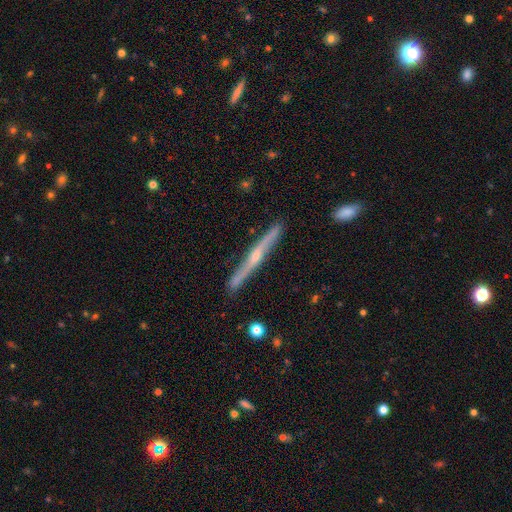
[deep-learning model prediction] featured or disk 77%, smooth 17%, star or artifact 6%. Down the decision tree: edge-on disk — yes (97%); edge-on bulge — rounded (79%); merging — none (88%).